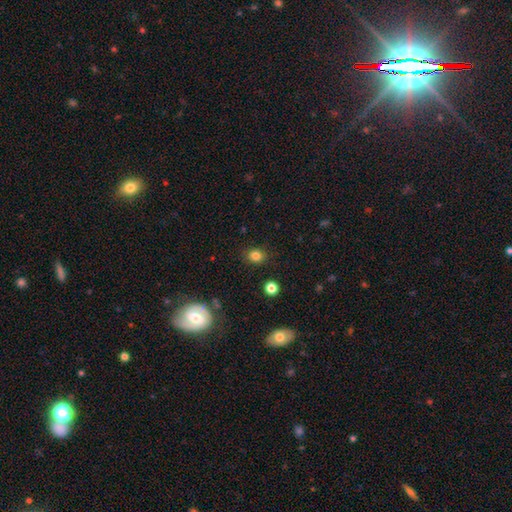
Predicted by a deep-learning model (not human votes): Overall: smooth (82%). How rounded: round (63%; in between 36%). Merging: none (88%).